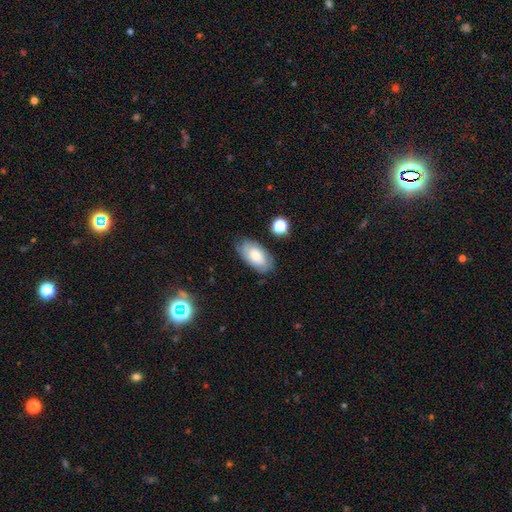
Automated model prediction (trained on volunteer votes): Smooth or featured? smooth (62%)
How rounded? in between (93%)
Merging? none (74%)